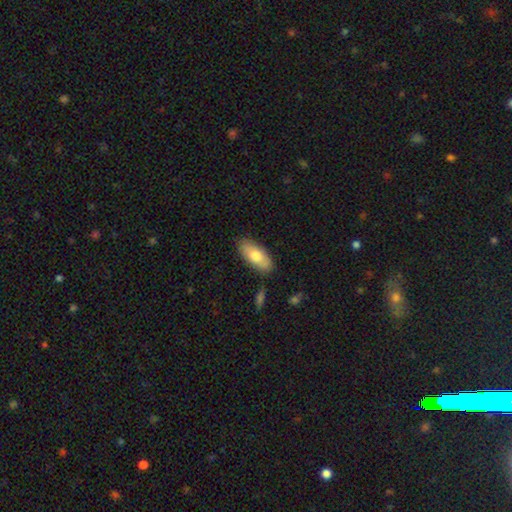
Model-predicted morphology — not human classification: Overall: smooth (72%). How rounded: in between (86%). Merging: none (83%).